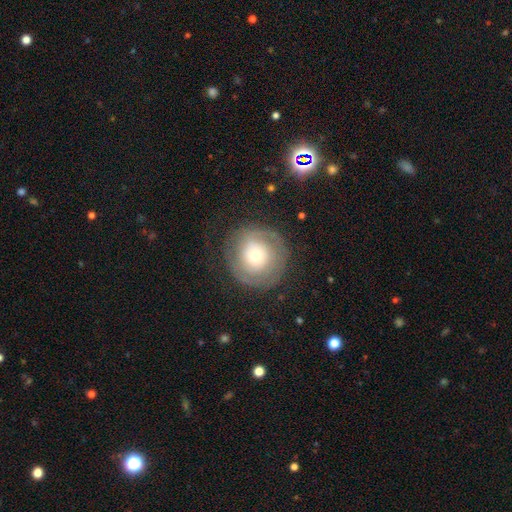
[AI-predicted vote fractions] Smooth or featured? Predicted: featured or disk (p=0.54). Edge-on disk? Predicted: no (p=0.96). Bar? Predicted: no (p=0.82). Spiral arms? Predicted: yes (p=0.63). Bulge size? Predicted: moderate (p=0.49). Merging? Predicted: none (p=0.78).